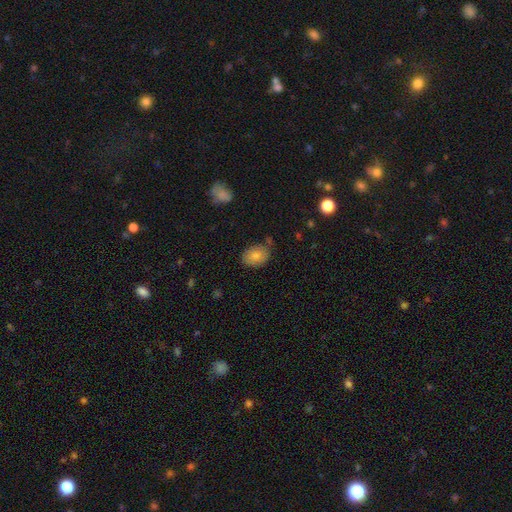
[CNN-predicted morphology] Smooth or featured? smooth (80%)
How rounded? in between (74%)
Merging? none (76%)